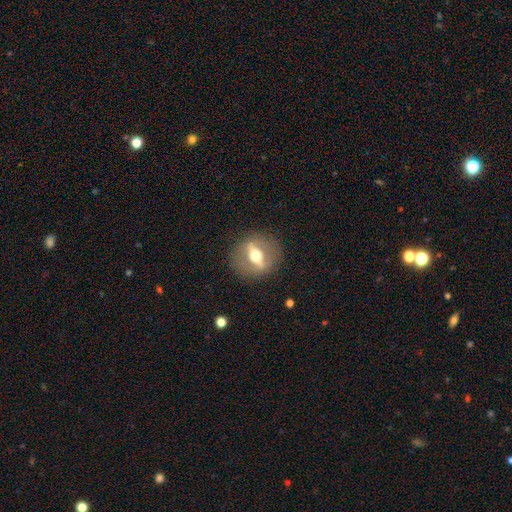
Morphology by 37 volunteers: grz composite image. It shows a featured or disk galaxy (84%) with a strong bar (65%), no spiral arms (94%) and a moderate central bulge (53%). Merging: none (84%).